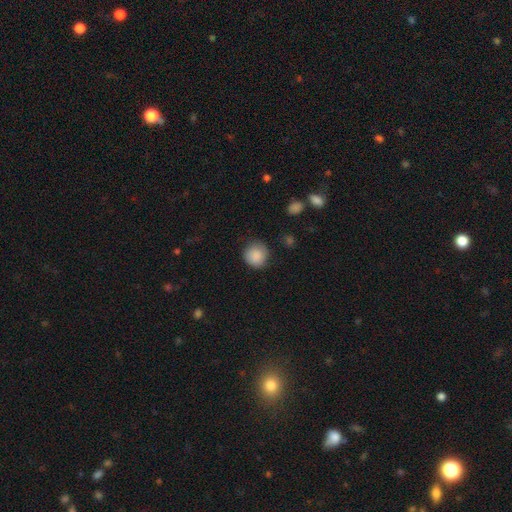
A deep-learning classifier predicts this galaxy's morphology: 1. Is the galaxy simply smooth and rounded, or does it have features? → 87% smooth, 7% star or artifact, 6% featured or disk.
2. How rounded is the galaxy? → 90% round, 9% in between, 1% cigar-shaped.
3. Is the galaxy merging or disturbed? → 78% none, 17% minor disturbance, 4% major disturbance, 1% merger.